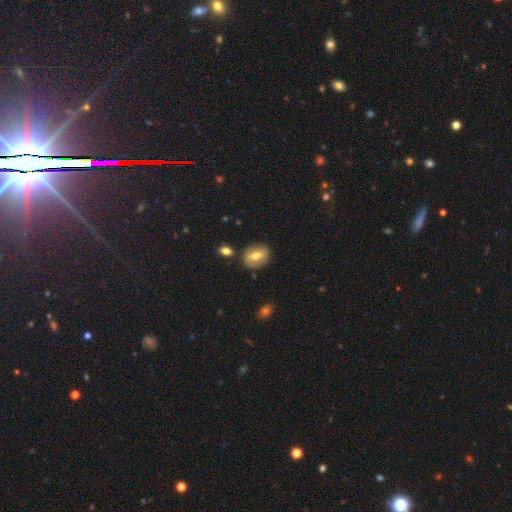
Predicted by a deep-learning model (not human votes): A smooth galaxy with no disk features (60%) that is in between round and cigar-shaped (57%).

Vote fractions:
- Smooth or featured? smooth: 60% / featured or disk: 32% / star or artifact: 8%
- How rounded? in between: 57% / round: 41% / cigar-shaped: 2%
- Merging? none: 80% / minor disturbance: 13% / merger: 4% / major disturbance: 3%